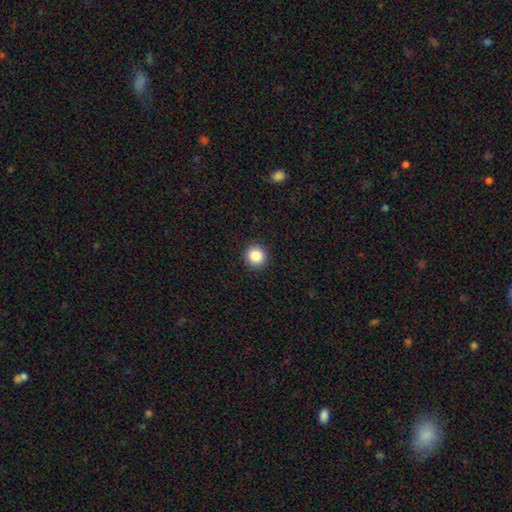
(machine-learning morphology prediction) smooth 87%, star or artifact 10%, featured or disk 4%. Down the decision tree: how rounded — round (94%); merging — none (93%).